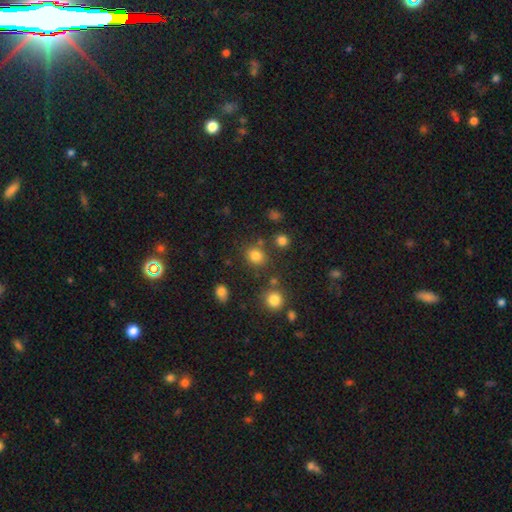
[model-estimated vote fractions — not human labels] This is likely a smooth galaxy (79%). How rounded: likely round (73%). Merging: likely none (77%).